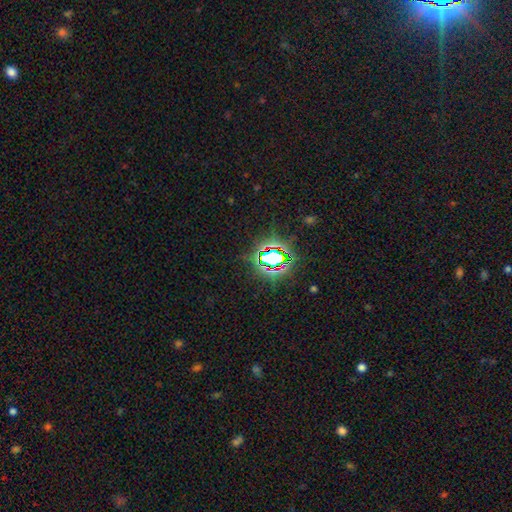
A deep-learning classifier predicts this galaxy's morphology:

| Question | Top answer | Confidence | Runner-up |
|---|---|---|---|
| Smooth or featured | star or artifact | 81% | smooth (11%) |